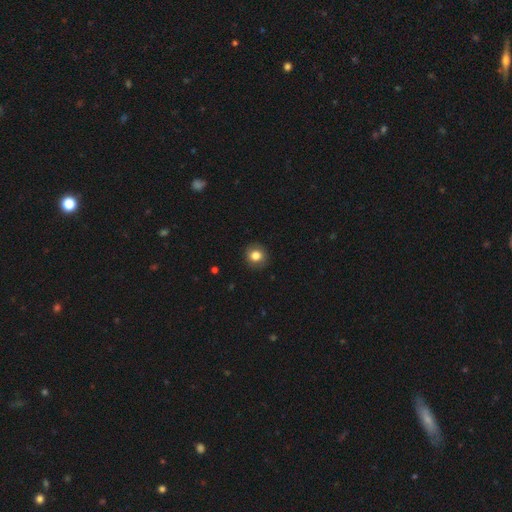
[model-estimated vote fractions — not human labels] smooth_or_featured: smooth (p=0.82) [alt: star or artifact p=0.10]
how_rounded: round (p=0.85) [alt: in between p=0.14]
merging: none (p=0.89) [alt: minor disturbance p=0.08]